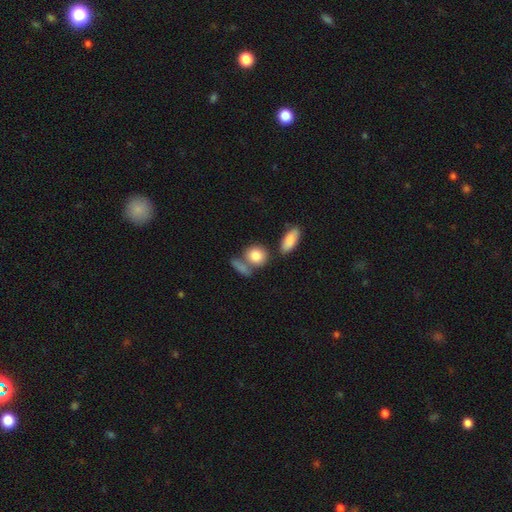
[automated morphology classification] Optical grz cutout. It shows a smooth galaxy with no disk features (83%) that is round (61%). Merging: none (56%).